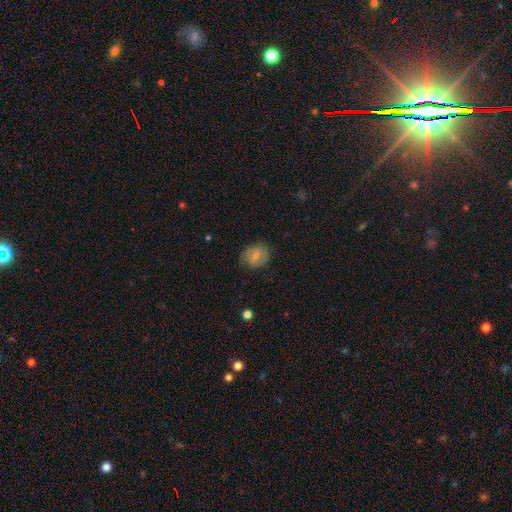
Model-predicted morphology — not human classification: Smooth or featured? smooth (58%)
How rounded? in between (54%)
Merging? none (72%)